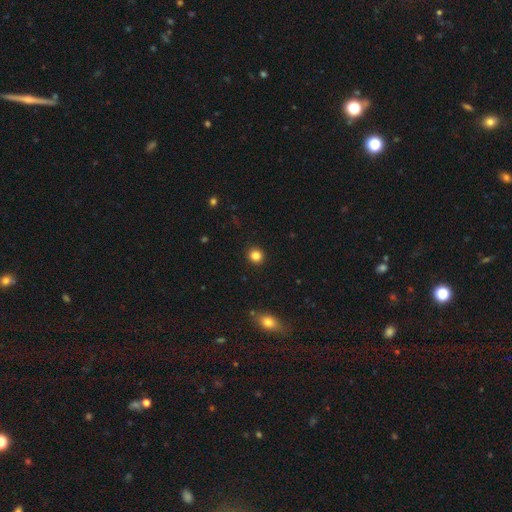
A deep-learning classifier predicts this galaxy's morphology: Q: Smooth or featured?
A: smooth (84%); runner-up: star or artifact (11%)
Q: How rounded?
A: round (90%); runner-up: in between (9%)
Q: Merging?
A: none (92%); runner-up: minor disturbance (5%)